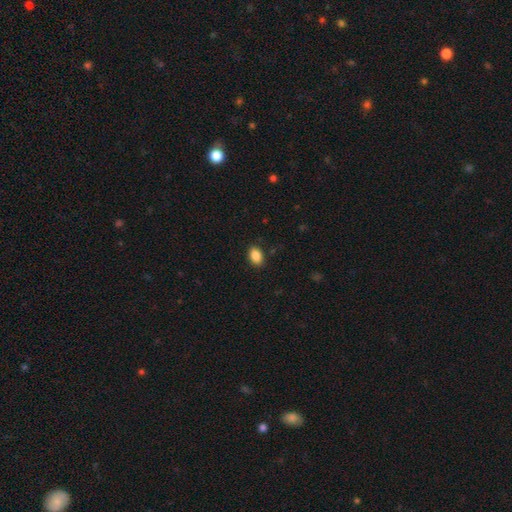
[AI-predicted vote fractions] Smooth or featured? Predicted: smooth (p=0.88). How rounded? Predicted: in between (p=0.86). Merging? Predicted: none (p=0.88).